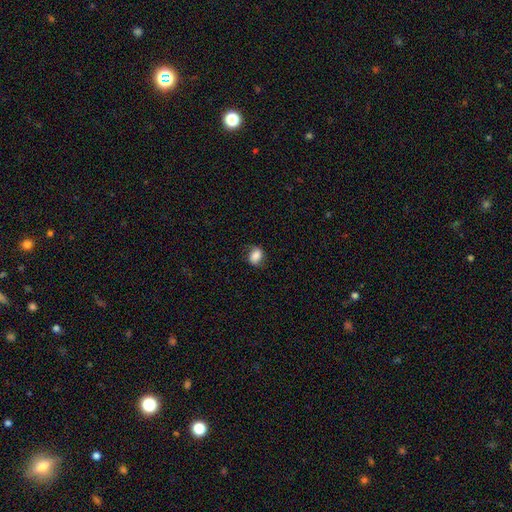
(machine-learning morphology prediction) smooth 81%, featured or disk 10%, star or artifact 9%. Down the decision tree: how rounded — in between (64%); merging — none (72%).